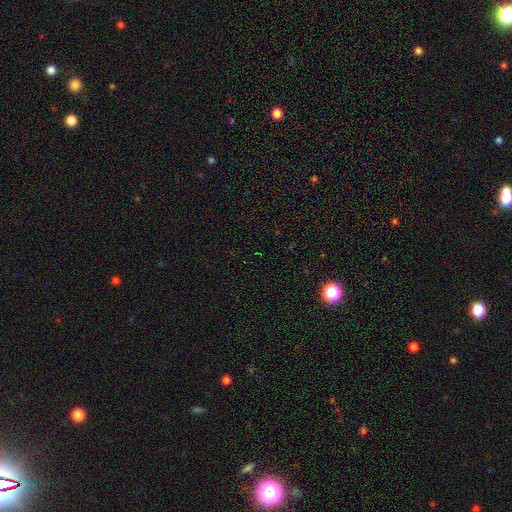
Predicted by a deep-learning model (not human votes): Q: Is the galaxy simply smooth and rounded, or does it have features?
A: star or artifact — 72%.